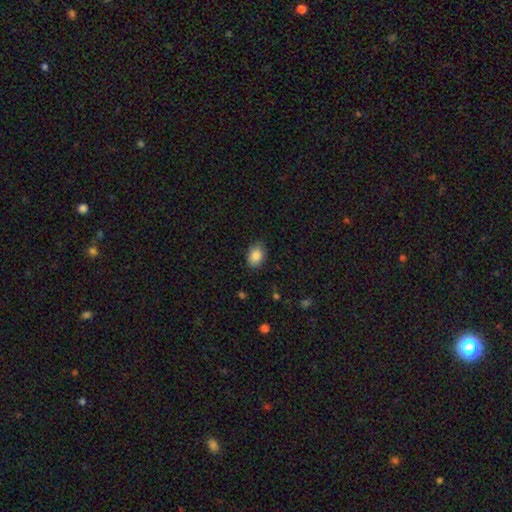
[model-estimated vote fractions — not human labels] A smooth galaxy with no disk features (87%) that is in between round and cigar-shaped (77%).

Vote fractions:
- Smooth or featured? smooth: 87% / star or artifact: 8% / featured or disk: 5%
- How rounded? in between: 77% / round: 22% / cigar-shaped: 1%
- Merging? none: 84% / minor disturbance: 13% / major disturbance: 3% / merger: 1%